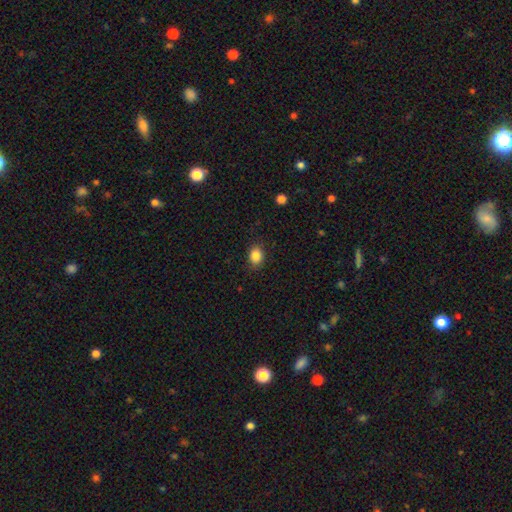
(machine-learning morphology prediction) The model was most divided on "how rounded": in between: 65%, round: 34%, cigar-shaped: 1%. More confident: smooth or featured — smooth (86%); merging — none (85%).